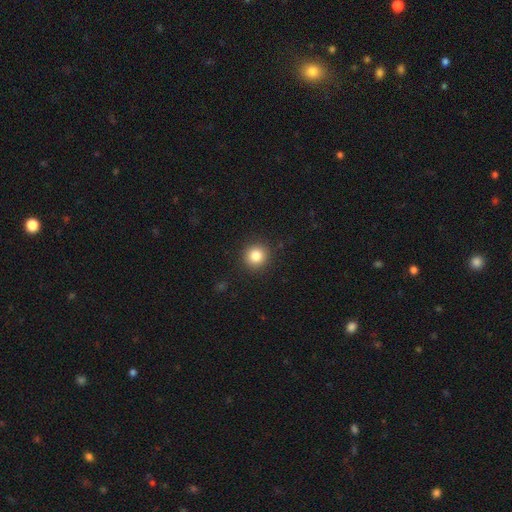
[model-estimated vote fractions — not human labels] Smooth or featured: smooth — 84% (star or artifact — 10%)
How rounded: round — 93% (in between — 6%)
Merging: none — 91% (minor disturbance — 6%)